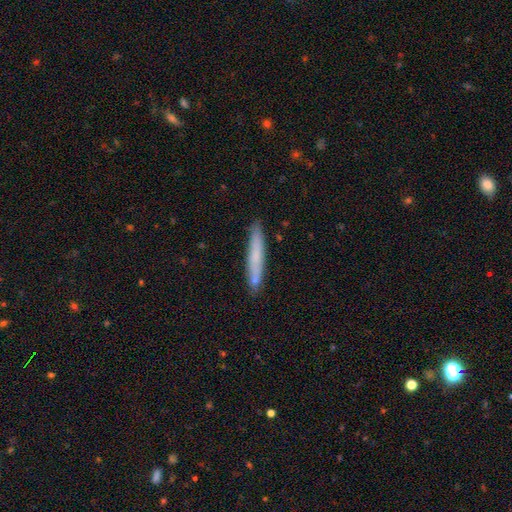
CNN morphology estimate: Smooth or featured: smooth — 69% (featured or disk — 25%)
How rounded: cigar-shaped — 95% (in between — 4%)
Merging: none — 84% (minor disturbance — 11%)